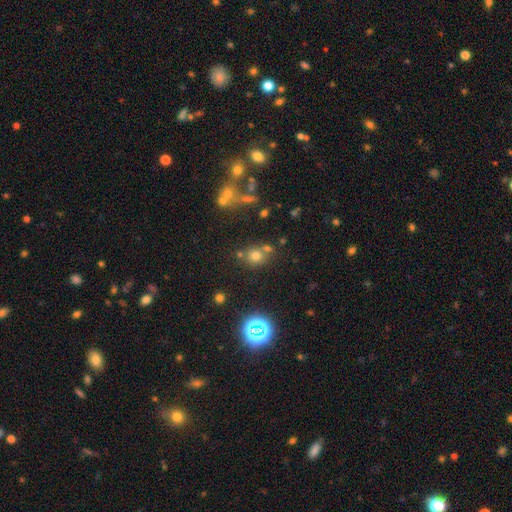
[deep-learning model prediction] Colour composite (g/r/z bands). It shows a smooth galaxy with no disk features (64%) that is round (80%). Merging: none (65%).